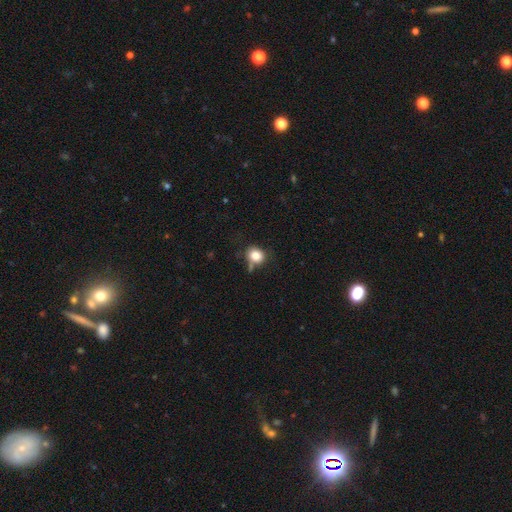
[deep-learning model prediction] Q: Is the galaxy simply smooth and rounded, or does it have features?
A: smooth — 82%.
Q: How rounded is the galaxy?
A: round — 68%.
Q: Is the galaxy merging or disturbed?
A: none — 63%.